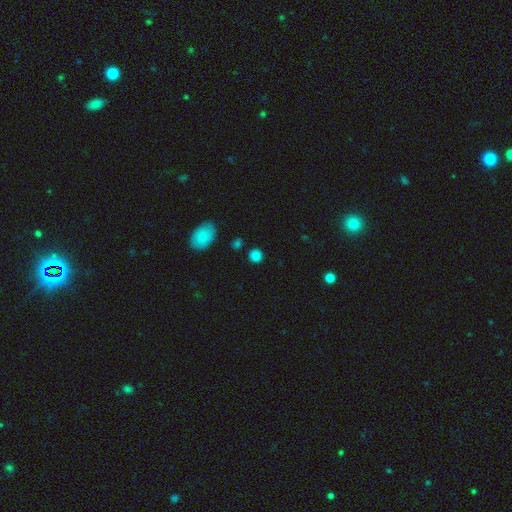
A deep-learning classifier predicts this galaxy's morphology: Smooth or featured? Predicted: smooth (p=0.83). How rounded? Predicted: round (p=0.87). Merging? Predicted: none (p=0.84).